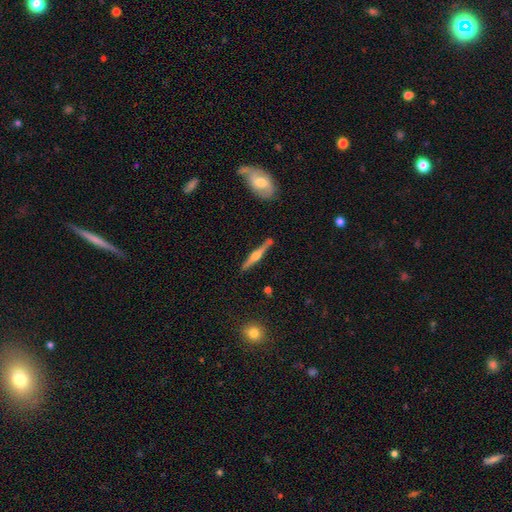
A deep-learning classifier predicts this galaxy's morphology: Overall: featured or disk (73%). Edge-on disk: yes (98%). Edge-on bulge: rounded (90%). Merging: none (87%).